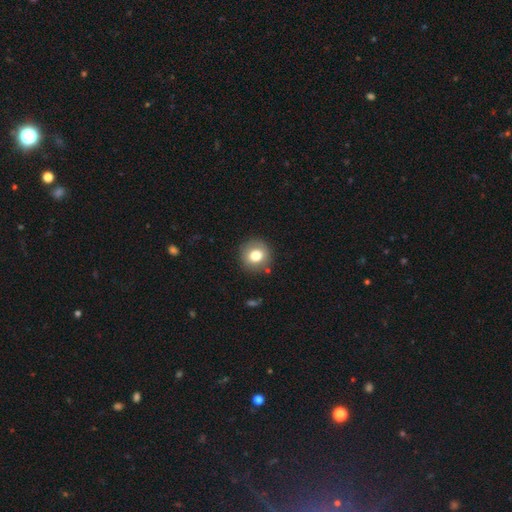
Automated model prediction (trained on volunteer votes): Morphology: type=smooth (78%); roundness=round (91%); merging=none (87%).